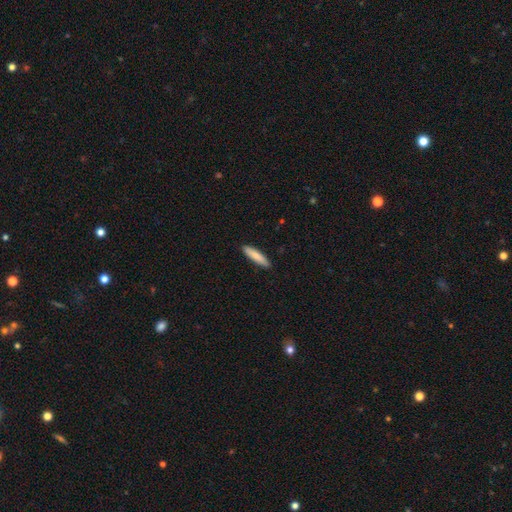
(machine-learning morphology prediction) Smooth or featured? smooth (83%)
How rounded? cigar-shaped (81%)
Merging? none (90%)